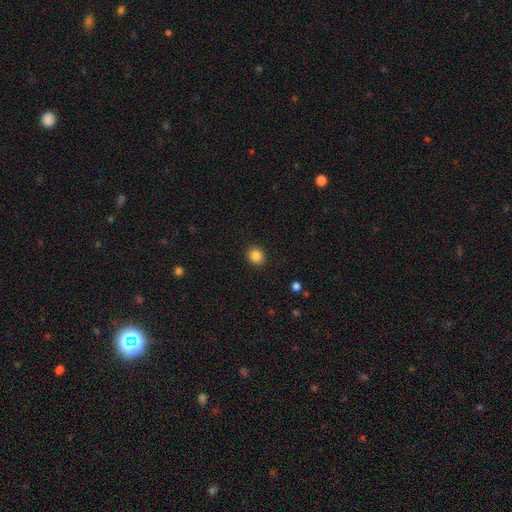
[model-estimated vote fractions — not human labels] Smooth or featured: smooth — 86% (star or artifact — 11%)
How rounded: round — 78% (in between — 21%)
Merging: none — 90% (minor disturbance — 6%)